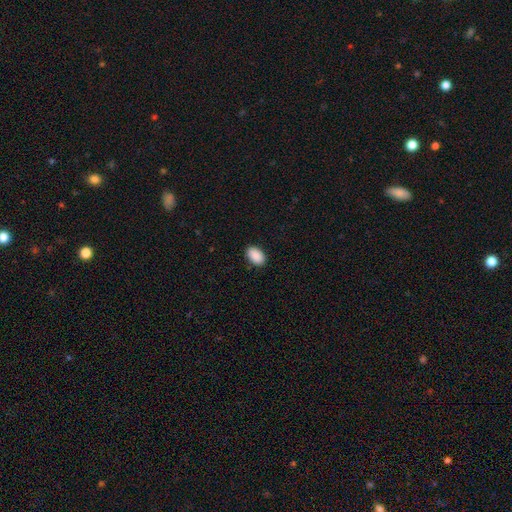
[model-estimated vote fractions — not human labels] Smooth or featured? Predicted: smooth (p=0.91). How rounded? Predicted: in between (p=0.91). Merging? Predicted: none (p=0.88).